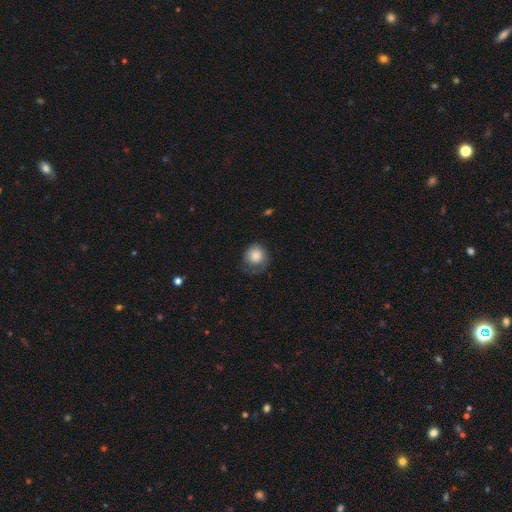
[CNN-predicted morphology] This appears to be a smooth galaxy with no disk features (82%) that is round (86%). Merging: none (55%).